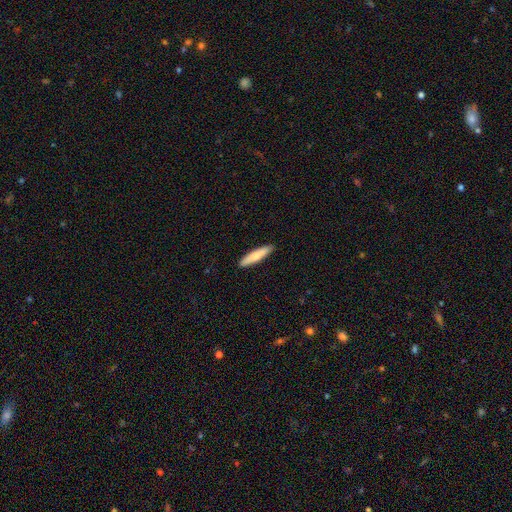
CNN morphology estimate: smooth-or-featured: smooth: 76% | featured or disk: 19% | star or artifact: 5%
  how-rounded: cigar-shaped: 86% | in between: 13% | round: 1%
  merging: none: 91% | minor disturbance: 7% | major disturbance: 1% | merger: 1%